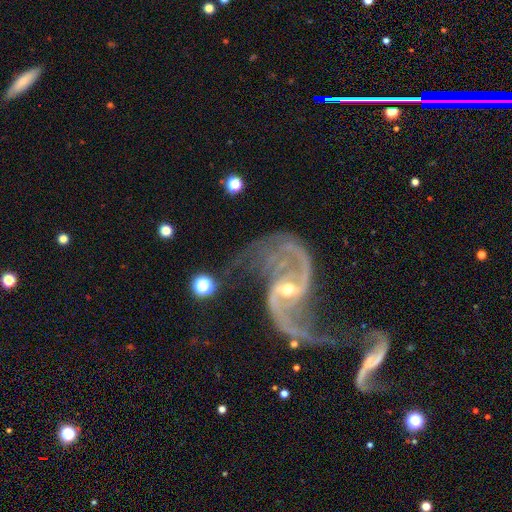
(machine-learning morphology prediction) A featured or disk galaxy (92%) with a weak bar (38%), 2 (92%) loose (66%) spiral arms (97%) and a small central bulge (67%). Merging: none (41%).